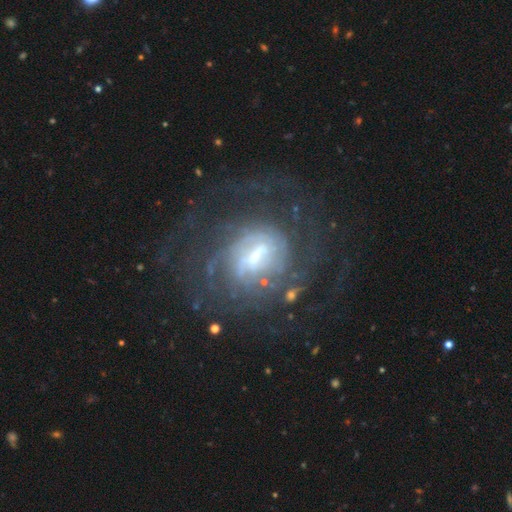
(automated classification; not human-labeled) smooth-or-featured: featured or disk: 80% | smooth: 10% | star or artifact: 10%
  disk-edge-on: no: 96% | yes: 4%
    bar: weak: 44% | strong: 39% | no: 17%
    has-spiral-arms: yes: 88% | no: 12%
      spiral-winding: tight: 53% | medium: 32% | loose: 15%
      spiral-arm-count: can't tell: 44% | 2: 16% | 4: 11% | 3: 11% | more than 4: 11% | 1: 8%
    bulge-size: moderate: 36% | small: 31% | large: 19% | none: 12% | dominant: 3%
  merging: none: 58% | major disturbance: 23% | minor disturbance: 15% | merger: 3%